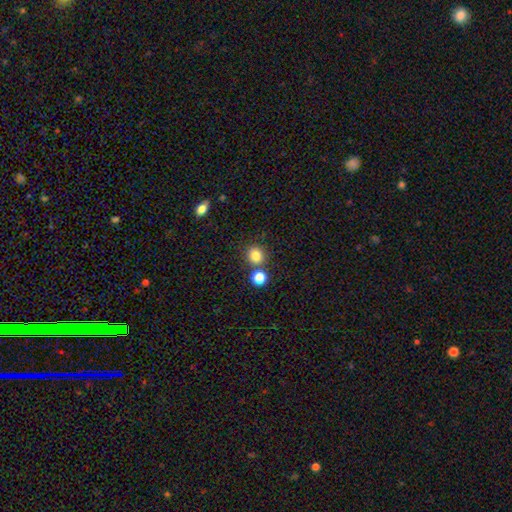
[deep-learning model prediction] smooth 82%, star or artifact 13%, featured or disk 5%. Down the decision tree: how rounded — round (86%); merging — none (74%).